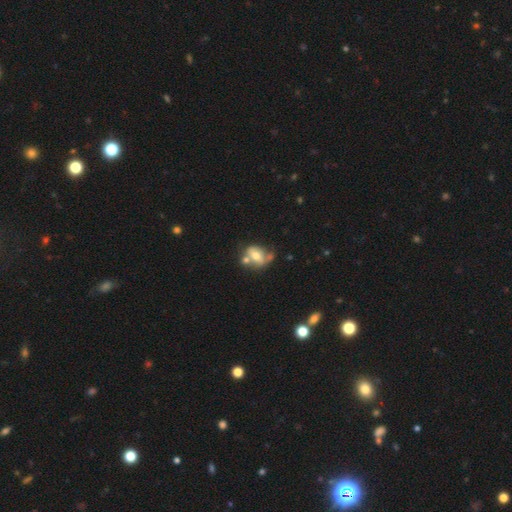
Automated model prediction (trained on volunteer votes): Smooth or featured?
  - smooth: 51% *
  - featured or disk: 40%
  - star or artifact: 9%
How rounded?
  - in between: 64% *
  - round: 33%
  - cigar-shaped: 3%
Merging?
  - merger: 35% * (tied)
  - none: 35% * (tied)
  - minor disturbance: 19%
  - major disturbance: 10%